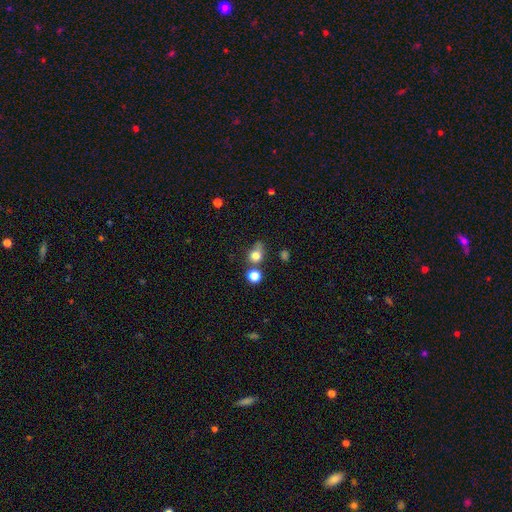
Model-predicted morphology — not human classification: A smooth galaxy with no disk features (77%) that is round (72%).

Vote fractions:
- Smooth or featured? smooth: 77% / star or artifact: 13% / featured or disk: 10%
- How rounded? round: 72% / in between: 27% / cigar-shaped: 2%
- Merging? none: 45% / minor disturbance: 22% / merger: 20% / major disturbance: 13%